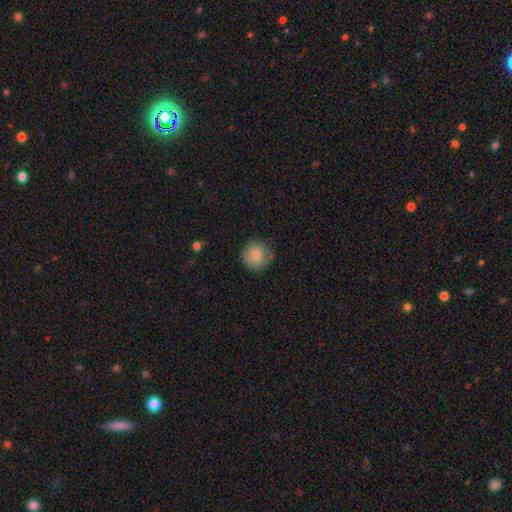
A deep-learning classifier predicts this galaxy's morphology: Q: Smooth or featured?
A: smooth (82%); runner-up: featured or disk (10%)
Q: How rounded?
A: round (94%); runner-up: in between (5%)
Q: Merging?
A: none (78%); runner-up: minor disturbance (16%)